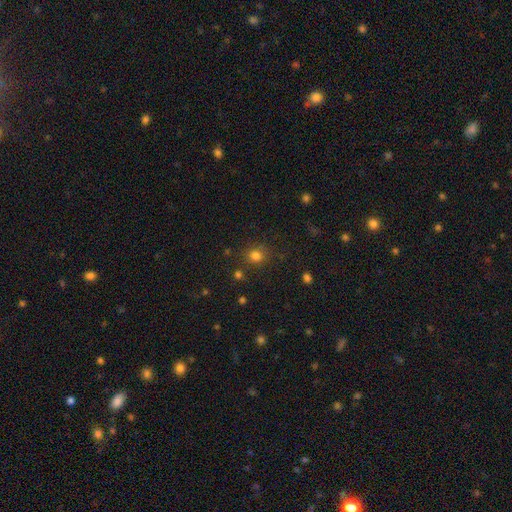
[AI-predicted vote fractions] Smooth or featured?
  - smooth: 78% *
  - star or artifact: 17%
  - featured or disk: 6%
How rounded?
  - round: 81% *
  - in between: 18%
  - cigar-shaped: 1%
Merging?
  - none: 80% *
  - minor disturbance: 11%
  - merger: 5%
  - major disturbance: 4%